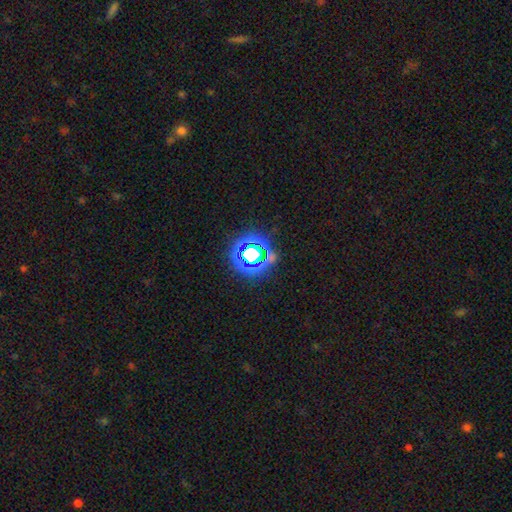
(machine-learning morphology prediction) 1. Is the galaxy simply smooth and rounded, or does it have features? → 64% star or artifact, 23% smooth, 13% featured or disk.